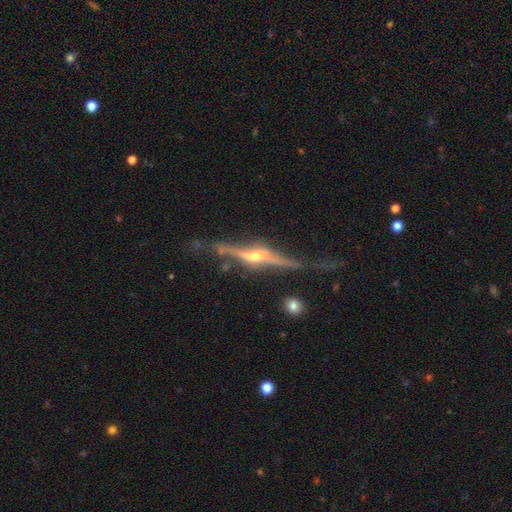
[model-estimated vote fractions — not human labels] Overall: featured or disk (88%). Edge-on disk: yes (94%). Edge-on bulge: rounded (92%). Merging: none (62%).